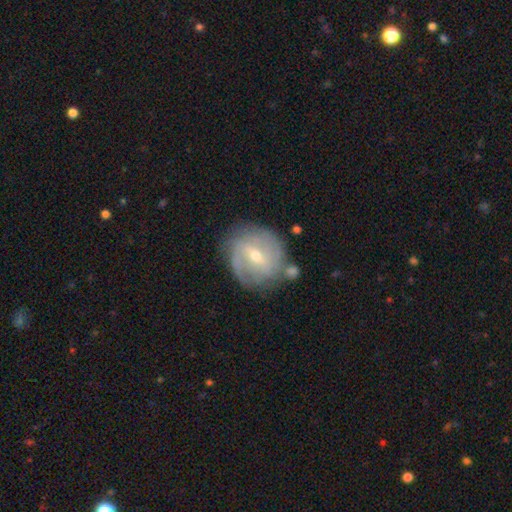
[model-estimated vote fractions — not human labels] Smooth or featured? Predicted: featured or disk (p=0.74). Edge-on disk? Predicted: no (p=0.96). Bar? Predicted: weak (p=0.57). Spiral arms? Predicted: yes (p=0.85). Spiral winding? Predicted: tight (p=0.46). Spiral arm count? Predicted: 2 (p=0.46). Bulge size? Predicted: small (p=0.50). Merging? Predicted: none (p=0.70).